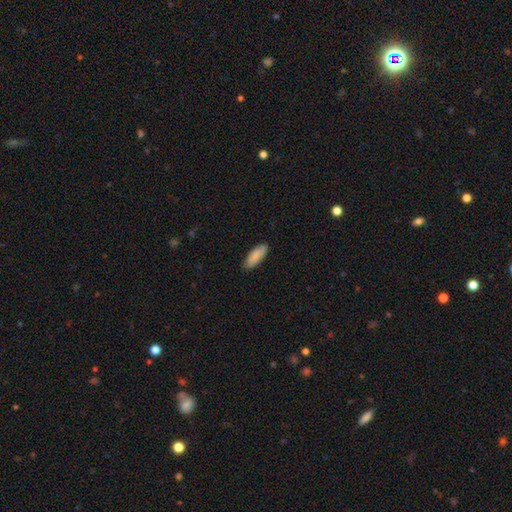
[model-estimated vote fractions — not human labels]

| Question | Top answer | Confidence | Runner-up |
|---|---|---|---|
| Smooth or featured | smooth | 88% | featured or disk (7%) |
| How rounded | in between | 73% | cigar-shaped (26%) |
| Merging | none | 87% | minor disturbance (10%) |